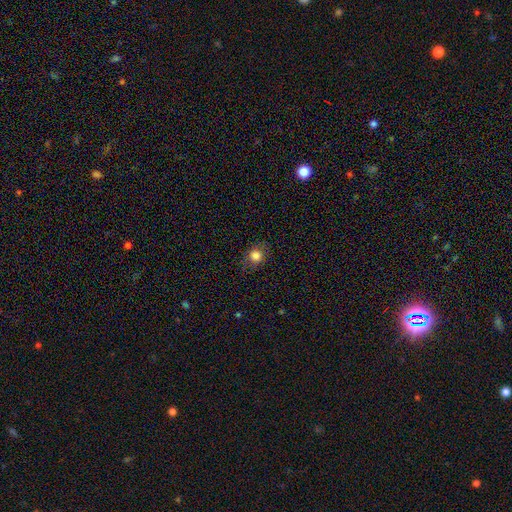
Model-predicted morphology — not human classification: smooth_or_featured: smooth (p=0.79) [alt: star or artifact p=0.11]
how_rounded: round (p=0.67) [alt: in between p=0.32]
merging: none (p=0.81) [alt: minor disturbance p=0.14]